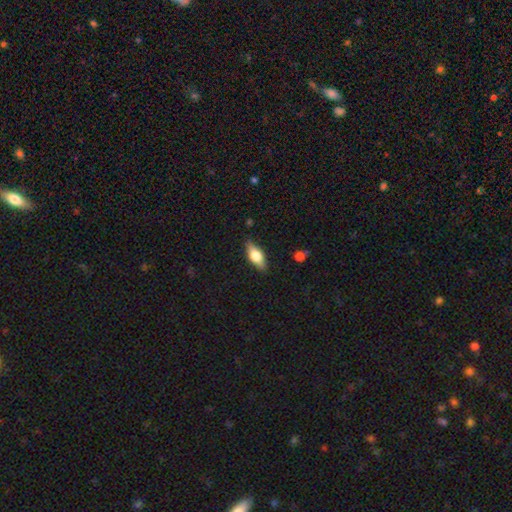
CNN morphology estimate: type=smooth (57%); roundness=in between (73%); merging=none (84%).